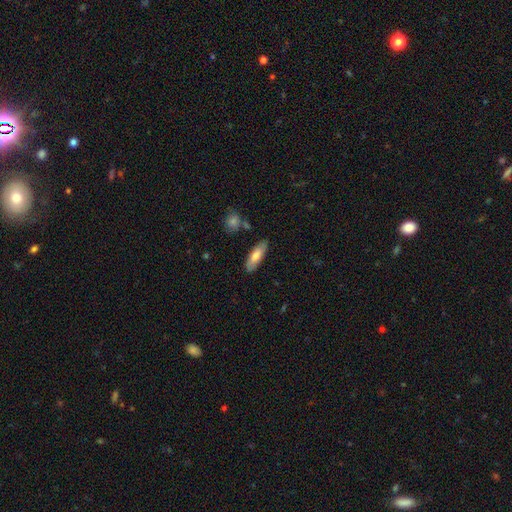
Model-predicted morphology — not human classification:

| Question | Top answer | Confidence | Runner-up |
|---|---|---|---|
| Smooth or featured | smooth | 71% | featured or disk (23%) |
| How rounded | in between | 63% | cigar-shaped (35%) |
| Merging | none | 83% | minor disturbance (12%) |